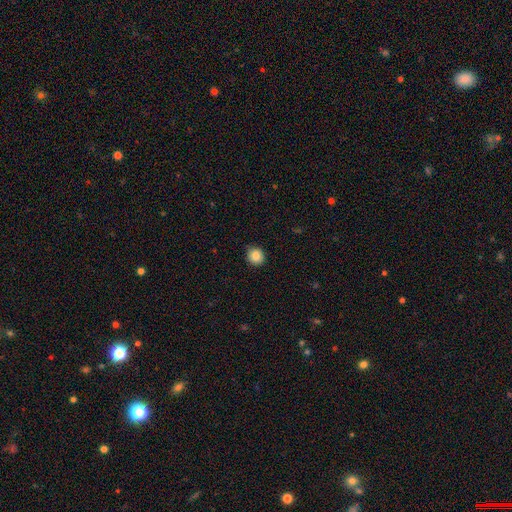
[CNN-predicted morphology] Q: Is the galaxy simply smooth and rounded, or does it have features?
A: smooth — 83%.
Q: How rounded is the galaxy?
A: round — 87%.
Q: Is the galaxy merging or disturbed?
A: none — 89%.